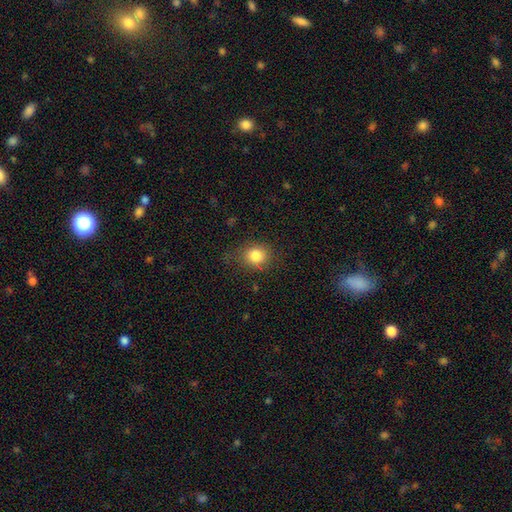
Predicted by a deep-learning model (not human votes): The model was most divided on "how rounded": round: 69%, in between: 30%, cigar-shaped: 1%. More confident: smooth or featured — smooth (83%); merging — none (75%).